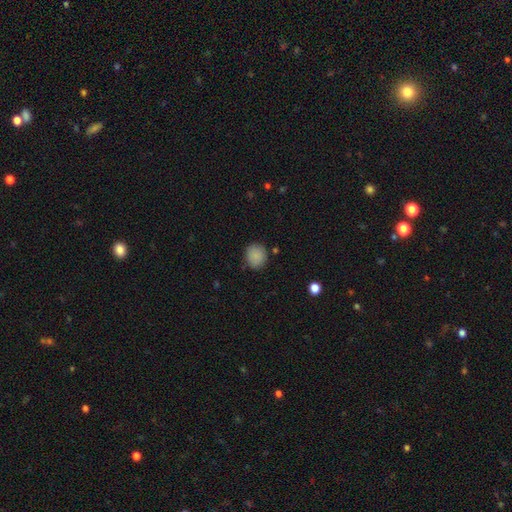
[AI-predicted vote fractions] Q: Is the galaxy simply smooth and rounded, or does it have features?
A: smooth — 87%.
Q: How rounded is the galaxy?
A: round — 83%.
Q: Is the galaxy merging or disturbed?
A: none — 84%.